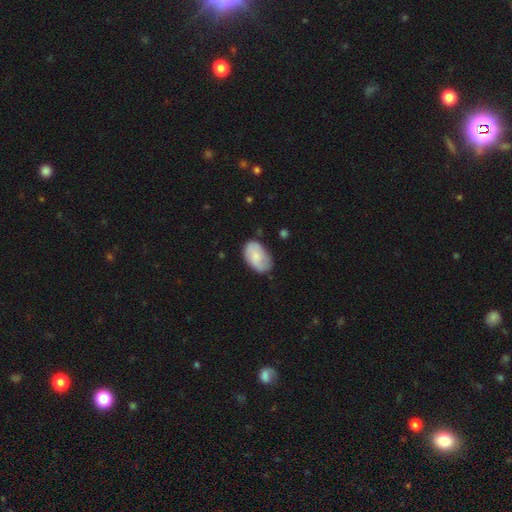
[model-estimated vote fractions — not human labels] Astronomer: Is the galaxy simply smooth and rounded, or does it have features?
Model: smooth — 69%.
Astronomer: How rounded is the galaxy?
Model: in between — 92%.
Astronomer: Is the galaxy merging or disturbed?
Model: none — 71%.